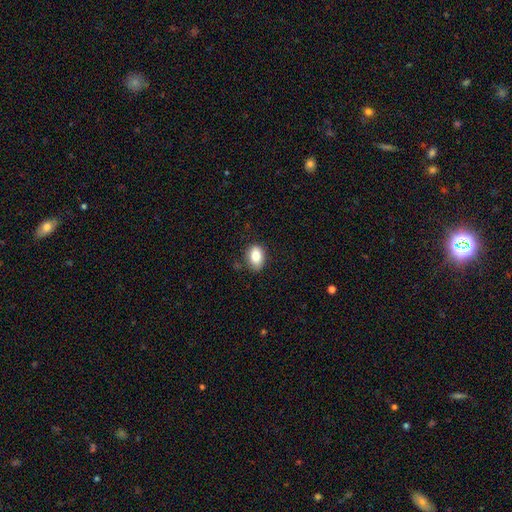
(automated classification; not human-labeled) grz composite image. It shows a smooth galaxy with no disk features (84%) that is in between round and cigar-shaped (83%). Merging: none (78%).